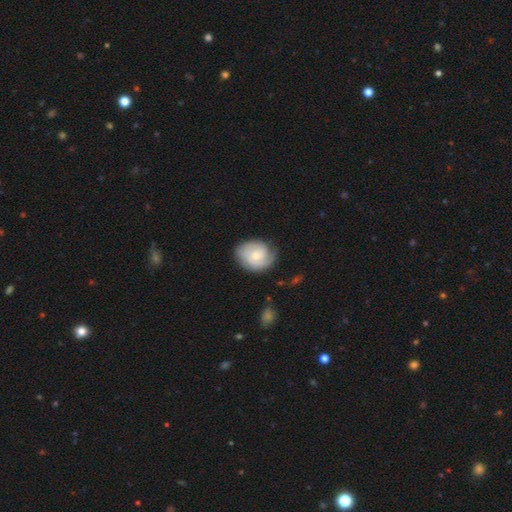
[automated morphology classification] A featured or disk galaxy (59%) with no bar (73%), spiral arms (87%) and a small central bulge (49%).

Vote fractions:
- Smooth or featured? featured or disk: 59% / smooth: 35% / star or artifact: 6%
- Edge-on disk? no: 97% / yes: 3%
- Bar? no: 73% / weak: 24% / strong: 3%
- Spiral arms? yes: 87% / no: 13%
- Bulge size? small: 49% / moderate: 45% / large: 3% / none: 2% / dominant: 1%
- Merging? none: 68% / minor disturbance: 23% / major disturbance: 8% / merger: 2%